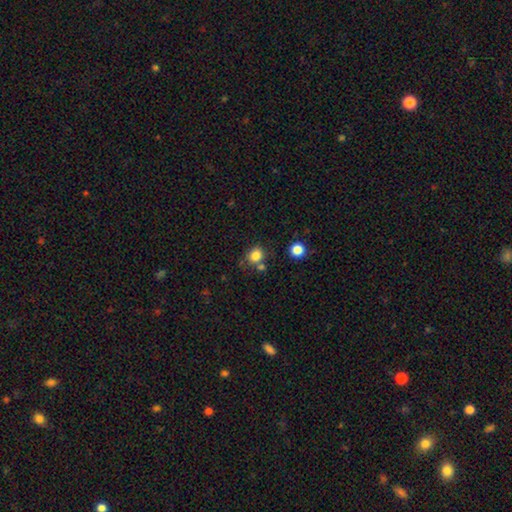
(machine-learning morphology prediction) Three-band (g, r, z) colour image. It shows a smooth galaxy with no disk features (82%) that is round (74%). Merging: none (68%).